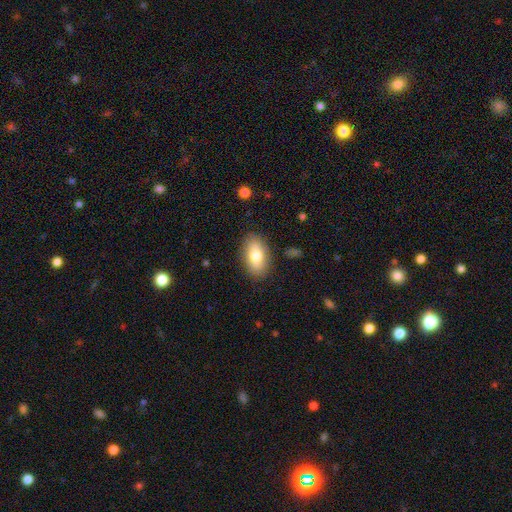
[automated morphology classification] This appears to be a smooth galaxy with no disk features (77%) that is in between round and cigar-shaped (92%). Merging: none (86%).